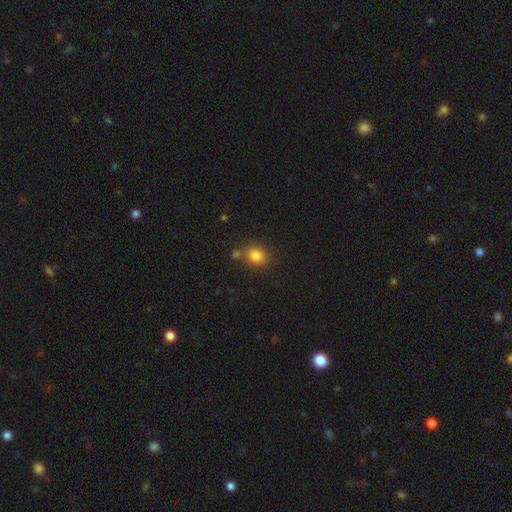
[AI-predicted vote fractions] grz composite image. It shows a smooth galaxy with no disk features (83%) that is round (70%). Merging: none (69%).